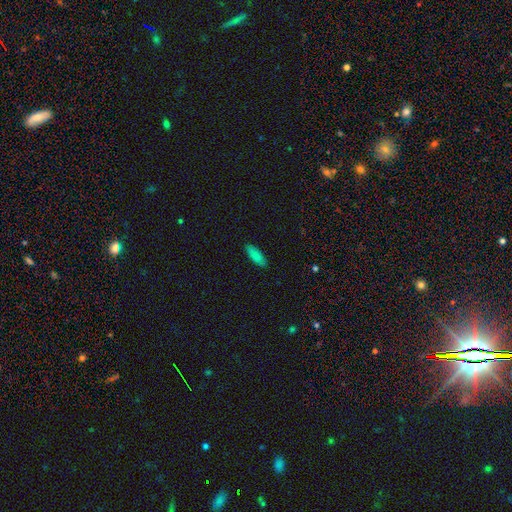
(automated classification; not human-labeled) Smooth or featured: smooth — 85% (star or artifact — 8%)
How rounded: in between — 57% (cigar-shaped — 41%)
Merging: none — 88% (minor disturbance — 9%)